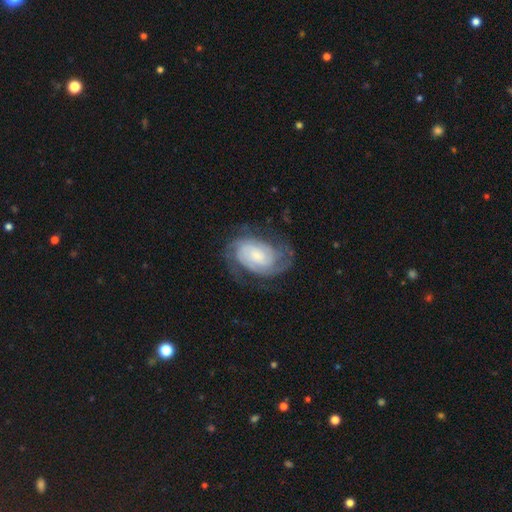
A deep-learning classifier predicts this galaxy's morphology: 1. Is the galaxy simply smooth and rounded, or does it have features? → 83% featured or disk, 11% smooth, 6% star or artifact.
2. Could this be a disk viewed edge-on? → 98% no, 2% yes.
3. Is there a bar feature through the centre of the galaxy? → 58% no, 35% weak, 7% strong.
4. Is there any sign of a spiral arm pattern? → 96% yes, 4% no.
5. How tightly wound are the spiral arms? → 64% tight, 29% medium, 7% loose.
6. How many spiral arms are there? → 54% 2, 21% can't tell, 13% 3, 4% 4, 4% 1, 4% more than 4.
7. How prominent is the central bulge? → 52% small, 30% moderate, 9% none, 7% large, 2% dominant.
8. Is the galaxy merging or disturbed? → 69% none, 19% minor disturbance, 12% major disturbance, 1% merger.